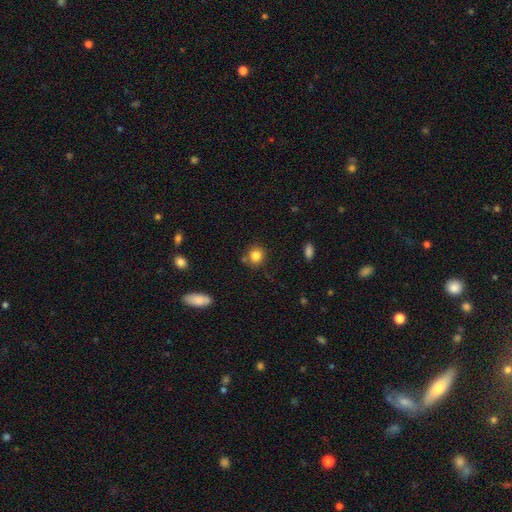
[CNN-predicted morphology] smooth_or_featured: smooth (p=0.83) [alt: star or artifact p=0.11]
how_rounded: round (p=0.83) [alt: in between p=0.16]
merging: none (p=0.77) [alt: minor disturbance p=0.12]